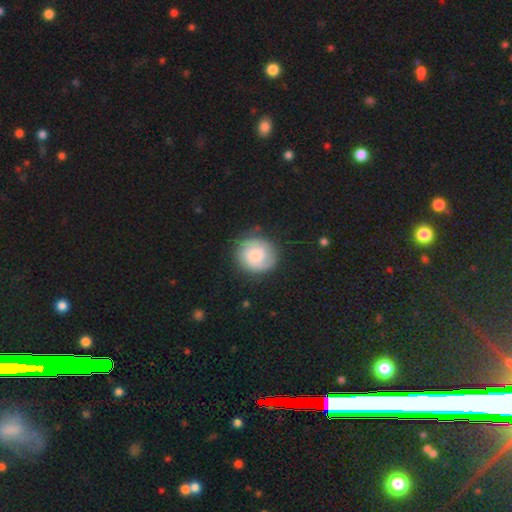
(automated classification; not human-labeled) The model was most divided on "smooth or featured": smooth: 57%, featured or disk: 36%, star or artifact: 7%. More confident: how rounded — round (88%); merging — none (80%).